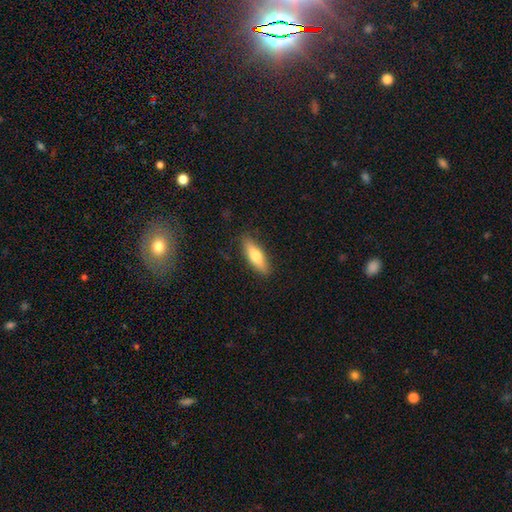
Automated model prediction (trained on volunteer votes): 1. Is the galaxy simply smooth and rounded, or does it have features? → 65% smooth, 28% featured or disk, 6% star or artifact.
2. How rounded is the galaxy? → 51% cigar-shaped, 47% in between, 2% round.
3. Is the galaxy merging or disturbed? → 87% none, 10% minor disturbance, 2% major disturbance, 1% merger.